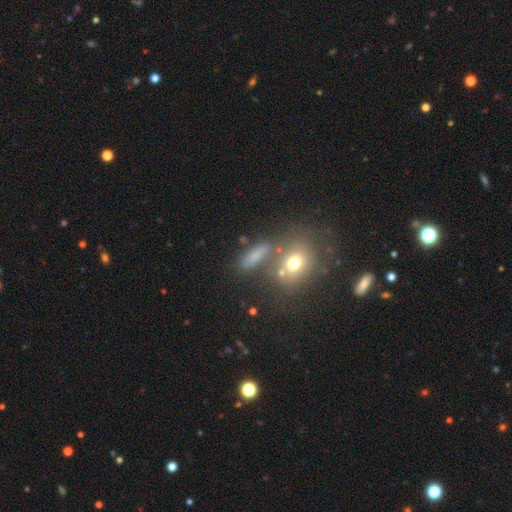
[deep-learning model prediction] Smooth or featured? smooth (61%)
How rounded? in between (49%)
Merging? none (59%)